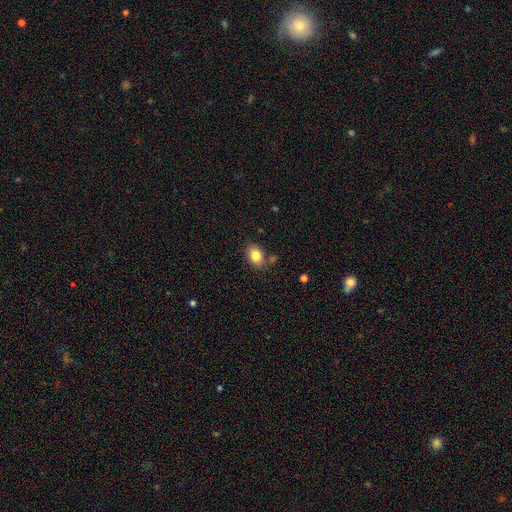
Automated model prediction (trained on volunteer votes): Q: Smooth or featured?
A: smooth (84%); runner-up: star or artifact (9%)
Q: How rounded?
A: in between (71%); runner-up: round (28%)
Q: Merging?
A: none (78%); runner-up: minor disturbance (14%)